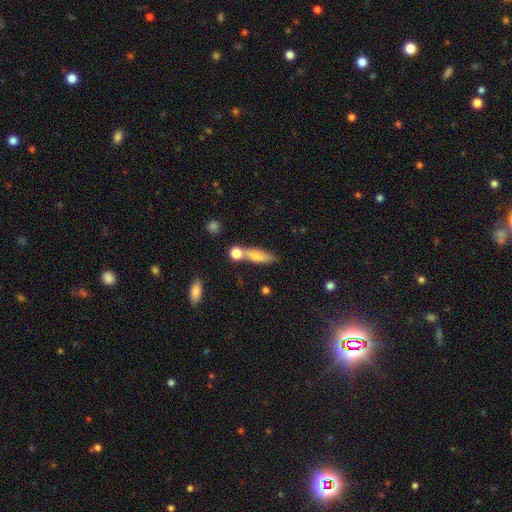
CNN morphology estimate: A smooth galaxy with no disk features (70%) that is cigar-shaped (56%).

Vote fractions:
- Smooth or featured? smooth: 70% / featured or disk: 21% / star or artifact: 8%
- How rounded? cigar-shaped: 56% / in between: 38% / round: 6%
- Merging? none: 50% / merger: 29% / minor disturbance: 14% / major disturbance: 6%